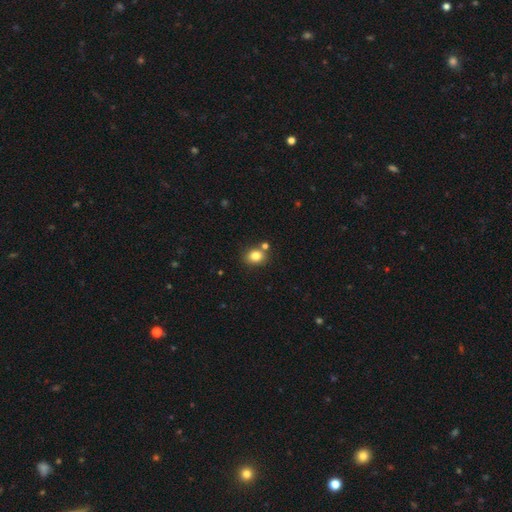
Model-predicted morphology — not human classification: smooth_or_featured: smooth (p=0.82) [alt: star or artifact p=0.11]
how_rounded: round (p=0.57) [alt: in between p=0.42]
merging: none (p=0.71) [alt: merger p=0.15]